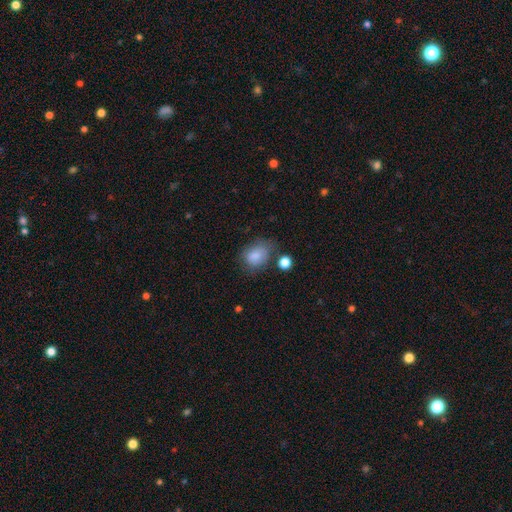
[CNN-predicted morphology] Smooth or featured? Predicted: smooth (p=0.82). How rounded? Predicted: in between (p=0.64). Merging? Predicted: none (p=0.57).